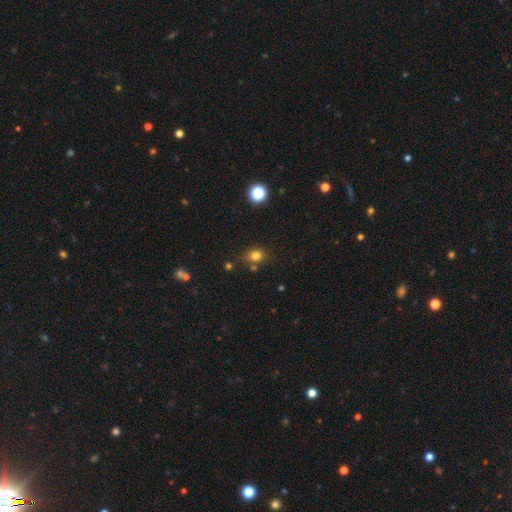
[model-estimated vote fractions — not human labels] smooth_or_featured: smooth (p=0.77) [alt: star or artifact p=0.15]
how_rounded: round (p=0.55) [alt: in between p=0.44]
merging: none (p=0.73) [alt: minor disturbance p=0.14]